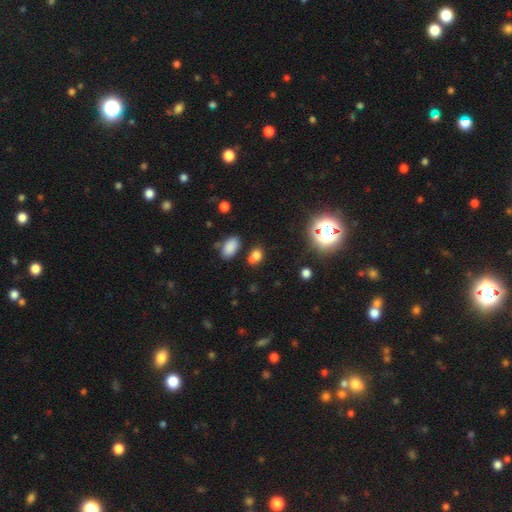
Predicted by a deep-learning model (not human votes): A smooth galaxy with no disk features (73%) that is in between round and cigar-shaped (65%). Merging: none (58%).